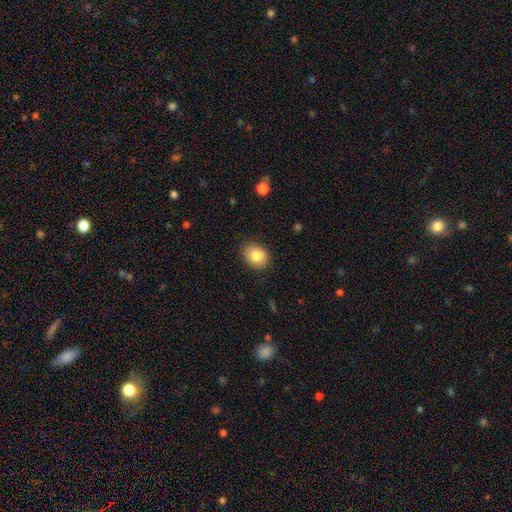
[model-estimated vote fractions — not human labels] smooth 83%, featured or disk 8%, star or artifact 8%. Down the decision tree: how rounded — in between (52%); merging — none (87%).